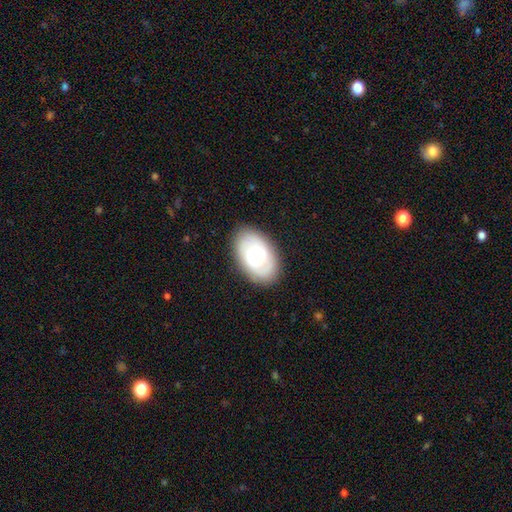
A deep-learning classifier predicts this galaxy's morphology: Smooth or featured? smooth (55%)
How rounded? in between (89%)
Merging? none (85%)